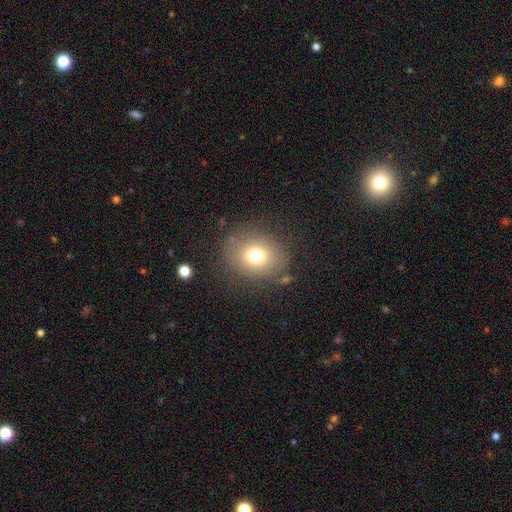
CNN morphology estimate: Overall: smooth (73%). How rounded: round (70%). Merging: none (80%).